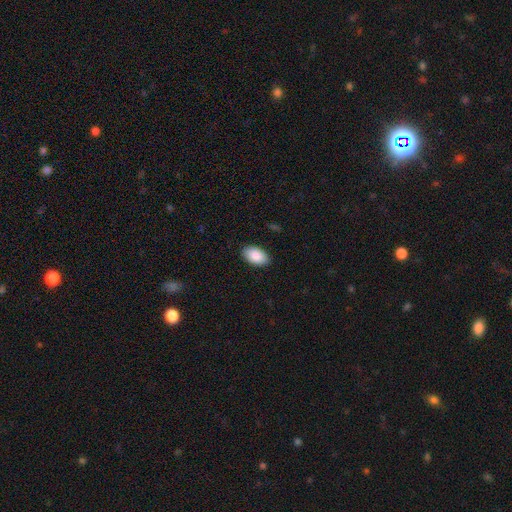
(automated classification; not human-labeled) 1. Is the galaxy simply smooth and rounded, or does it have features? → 90% smooth, 6% star or artifact, 4% featured or disk.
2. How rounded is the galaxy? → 95% in between, 4% round, 1% cigar-shaped.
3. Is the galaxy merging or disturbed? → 88% none, 9% minor disturbance, 2% major disturbance, 1% merger.